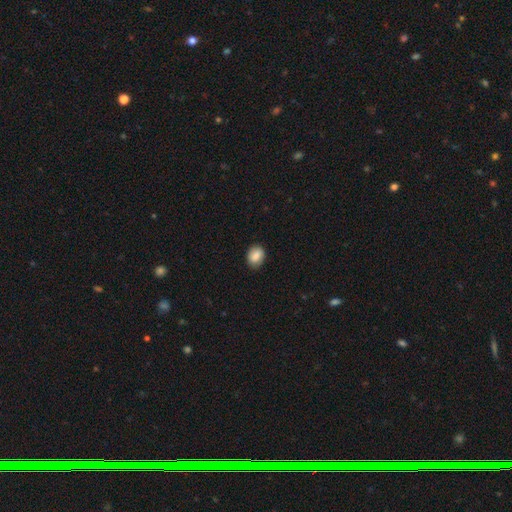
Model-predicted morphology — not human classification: smooth_or_featured: smooth (p=0.87) [alt: star or artifact p=0.08]
how_rounded: in between (p=0.59) [alt: round p=0.40]
merging: none (p=0.86) [alt: minor disturbance p=0.11]